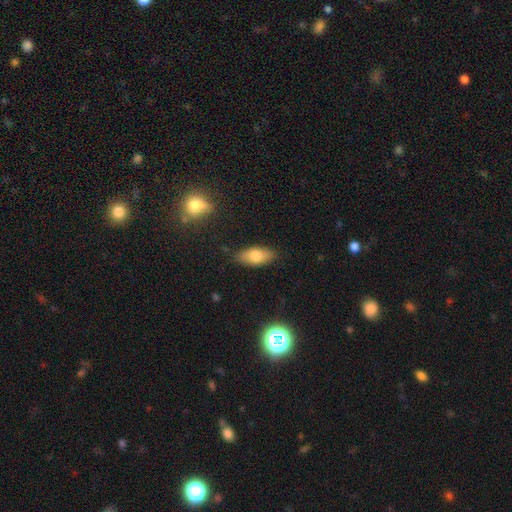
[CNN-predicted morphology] This is likely a smooth galaxy (75%). How rounded: clearly in between (84%). Merging: clearly none (82%).